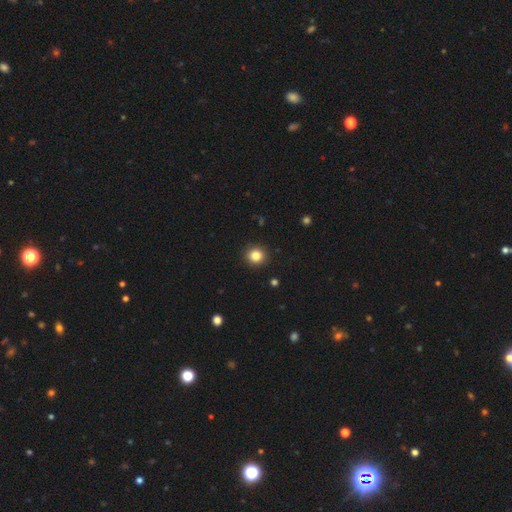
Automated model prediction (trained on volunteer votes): The model was most divided on "smooth or featured": smooth: 83%, star or artifact: 11%, featured or disk: 5%. More confident: merging — none (92%); how rounded — round (91%).